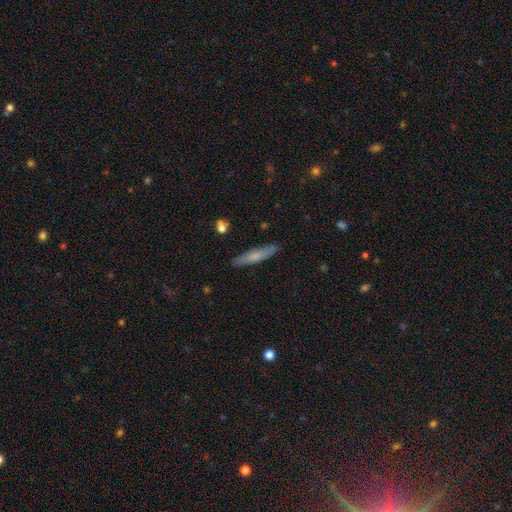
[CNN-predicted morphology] smooth_or_featured: smooth (p=0.65) [alt: featured or disk p=0.28]
how_rounded: cigar-shaped (p=0.89) [alt: in between p=0.09]
merging: none (p=0.88) [alt: minor disturbance p=0.09]